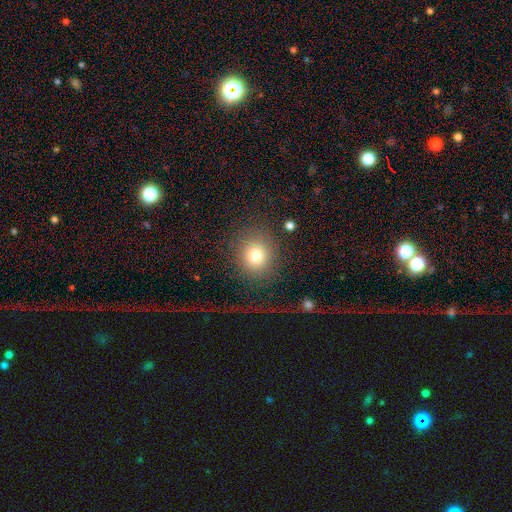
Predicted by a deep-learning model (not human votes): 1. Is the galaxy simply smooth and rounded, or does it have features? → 76% smooth, 12% star or artifact, 12% featured or disk.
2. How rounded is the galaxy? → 83% round, 16% in between, 1% cigar-shaped.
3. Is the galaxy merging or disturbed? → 72% none, 16% major disturbance, 10% minor disturbance, 3% merger.